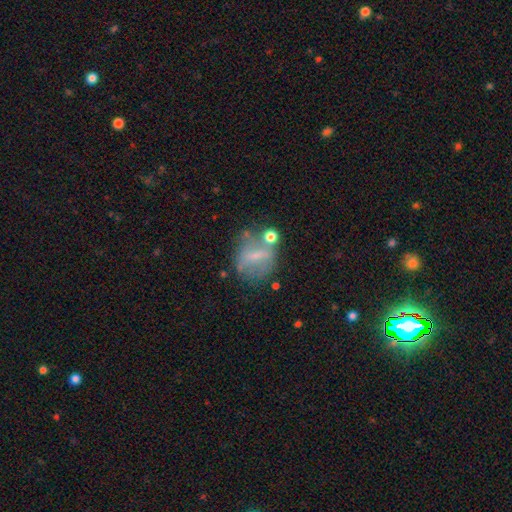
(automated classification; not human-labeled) This appears to be a smooth galaxy with no disk features (43%). Merging: none (48%).